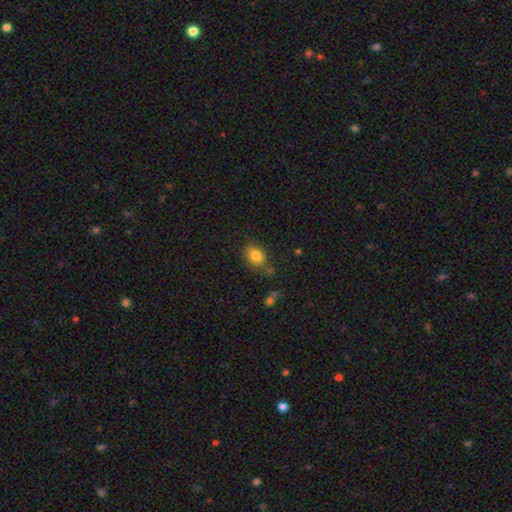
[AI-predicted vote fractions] This is clearly a smooth galaxy (83%). How rounded: likely in between (68%). Merging: likely none (71%).